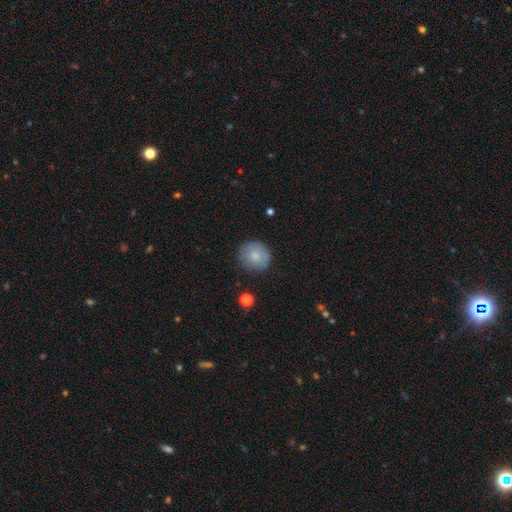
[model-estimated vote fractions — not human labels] Overall: smooth (80%). How rounded: round (89%). Merging: none (81%).